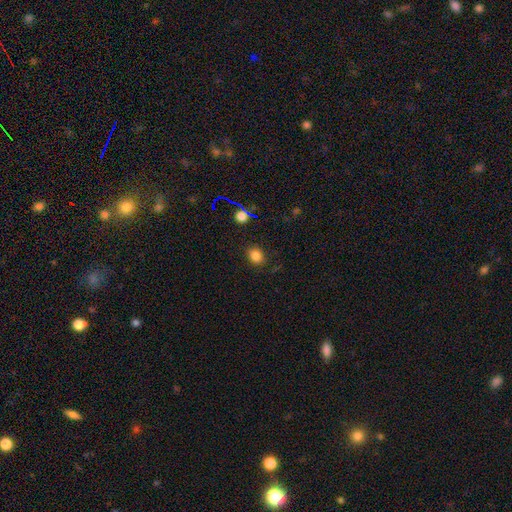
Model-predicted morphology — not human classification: A smooth galaxy with no disk features (81%) that is round (65%). Merging: none (86%).